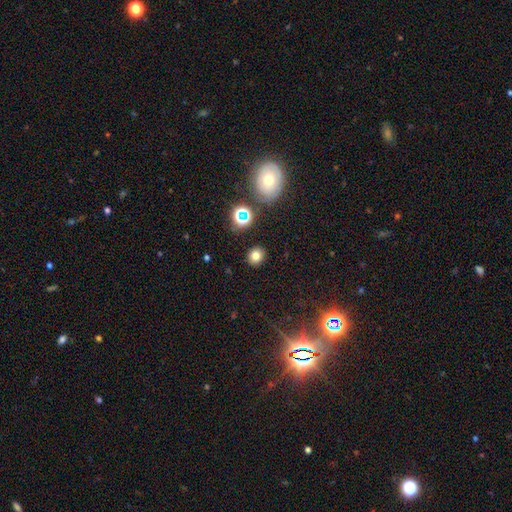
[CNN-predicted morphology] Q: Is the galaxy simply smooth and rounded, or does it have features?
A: smooth — 75%.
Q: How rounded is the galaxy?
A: round — 72%.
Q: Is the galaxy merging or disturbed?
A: none — 89%.